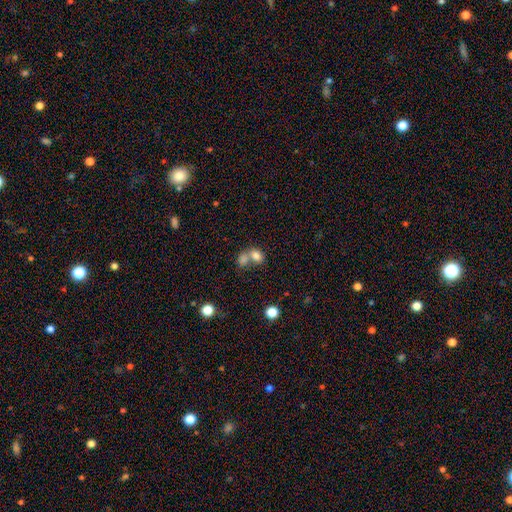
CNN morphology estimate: A smooth galaxy with no disk features (77%) that is in between round and cigar-shaped (58%). Merging: merger (60%).